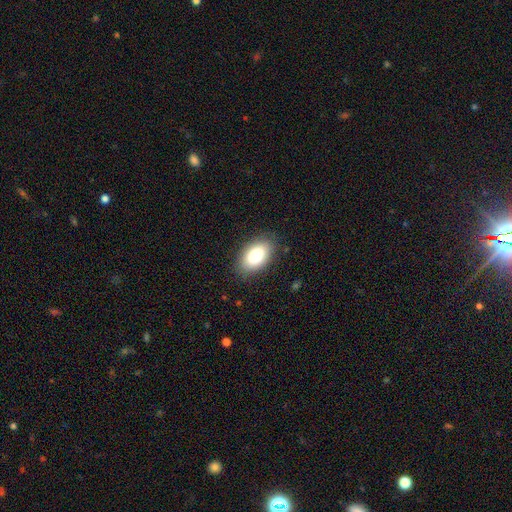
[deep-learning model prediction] Smooth or featured?
  - smooth: 82% *
  - featured or disk: 10%
  - star or artifact: 7%
How rounded?
  - in between: 93% *
  - round: 6%
  - cigar-shaped: 1%
Merging?
  - none: 86% *
  - minor disturbance: 11%
  - major disturbance: 3%
  - merger: 1%